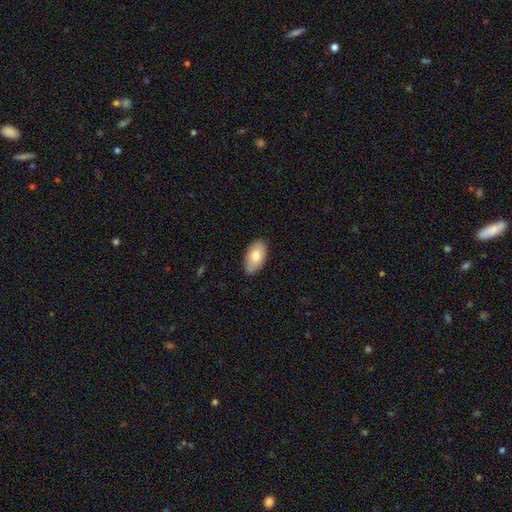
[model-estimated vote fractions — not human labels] A smooth galaxy with no disk features (79%) that is in between round and cigar-shaped (95%). Merging: none (84%).